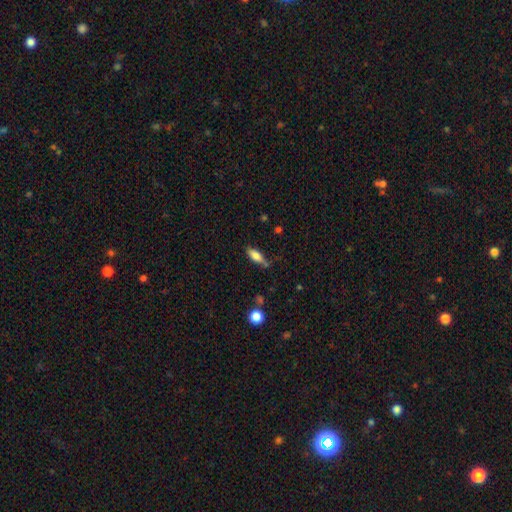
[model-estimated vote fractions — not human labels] A smooth galaxy with no disk features (76%) that is in between round and cigar-shaped (75%).

Vote fractions:
- Smooth or featured? smooth: 76% / featured or disk: 16% / star or artifact: 8%
- How rounded? in between: 75% / cigar-shaped: 22% / round: 3%
- Merging? none: 62% / minor disturbance: 25% / merger: 7% / major disturbance: 6%